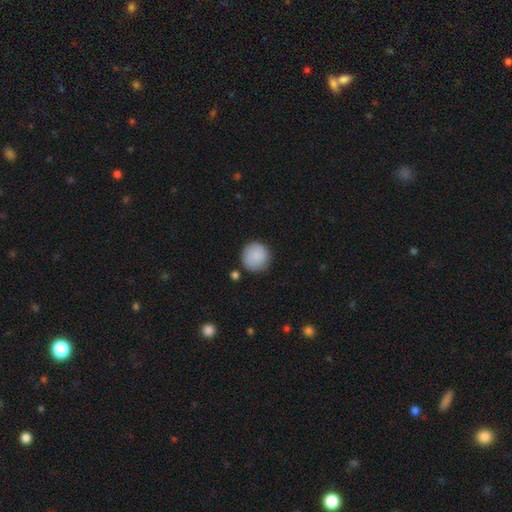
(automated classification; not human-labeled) Smooth or featured? Predicted: smooth (p=0.87). How rounded? Predicted: round (p=0.95). Merging? Predicted: none (p=0.84).